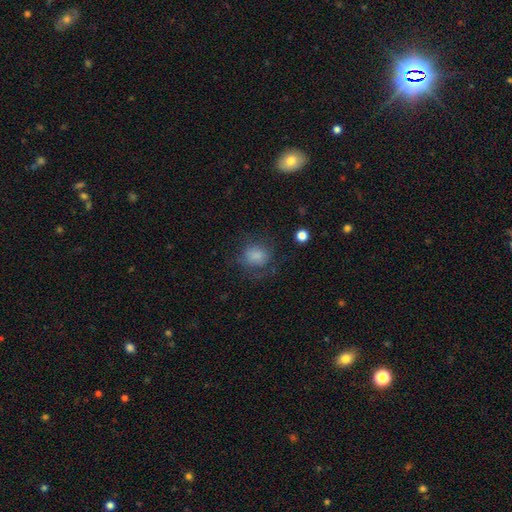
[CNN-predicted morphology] smooth_or_featured: smooth (p=0.75) [alt: featured or disk p=0.14]
how_rounded: round (p=0.68) [alt: in between p=0.31]
merging: none (p=0.58) [alt: minor disturbance p=0.21]